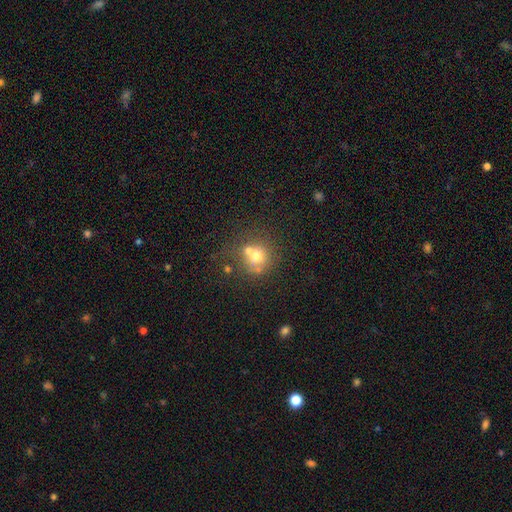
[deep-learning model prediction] smooth-or-featured: smooth: 63% | featured or disk: 21% | star or artifact: 15%
  how-rounded: round: 85% | in between: 15% | cigar-shaped: 1%
  merging: none: 45% | merger: 40% | minor disturbance: 10% | major disturbance: 5%